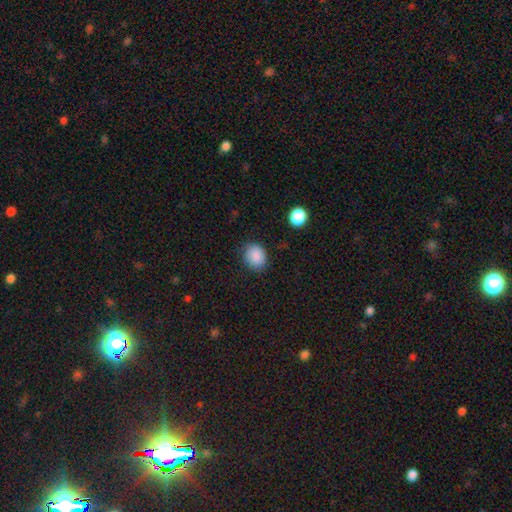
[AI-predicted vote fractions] Q: Smooth or featured?
A: smooth (87%); runner-up: star or artifact (9%)
Q: How rounded?
A: round (59%); runner-up: in between (40%)
Q: Merging?
A: none (80%); runner-up: minor disturbance (15%)